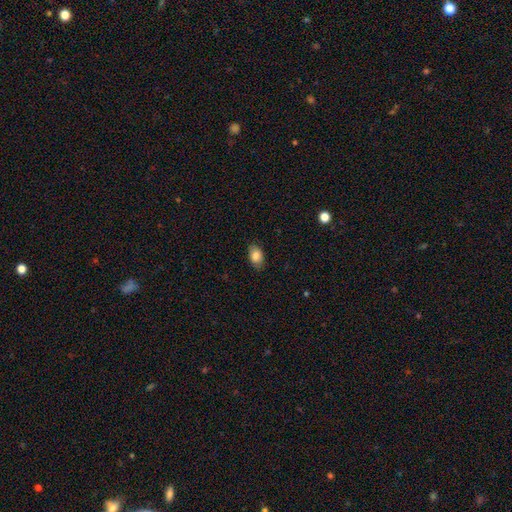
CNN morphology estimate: smooth-or-featured: smooth: 84% | featured or disk: 9% | star or artifact: 7%
  how-rounded: in between: 89% | round: 9% | cigar-shaped: 2%
  merging: none: 84% | minor disturbance: 12% | major disturbance: 3% | merger: 1%